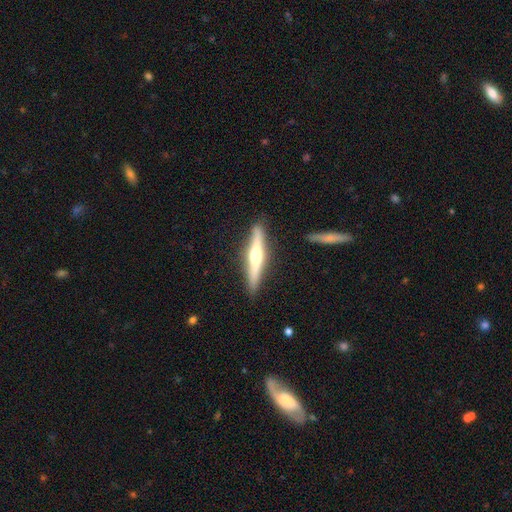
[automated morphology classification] type=featured or disk (67%); edge-on=yes (97%); edge-on bulge=rounded (90%); merging=none (88%).